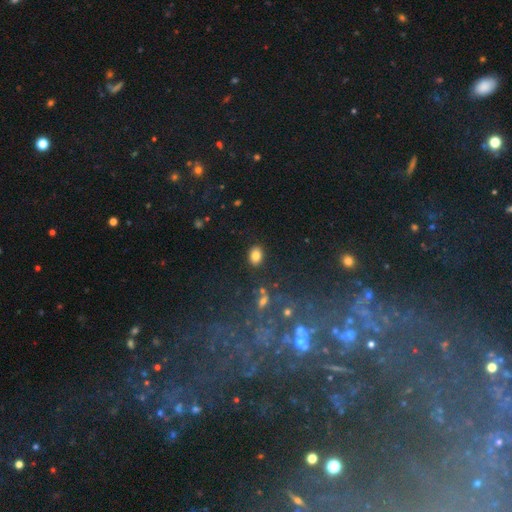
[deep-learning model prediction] Smooth or featured? Predicted: smooth (p=0.82). How rounded? Predicted: in between (p=0.72). Merging? Predicted: none (p=0.87).